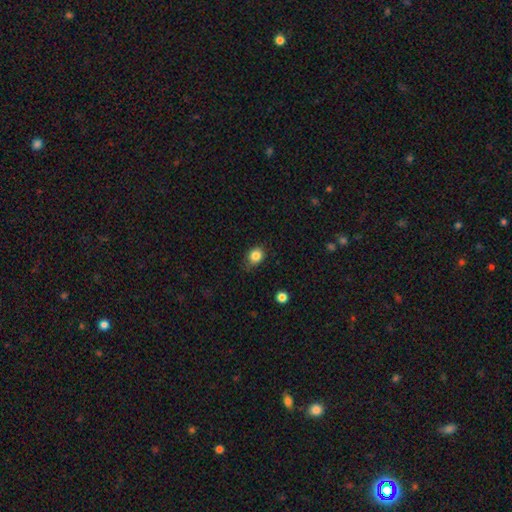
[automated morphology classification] The model was most divided on "how rounded": round: 62%, in between: 37%, cigar-shaped: 1%. More confident: smooth or featured — smooth (84%); merging — none (71%).